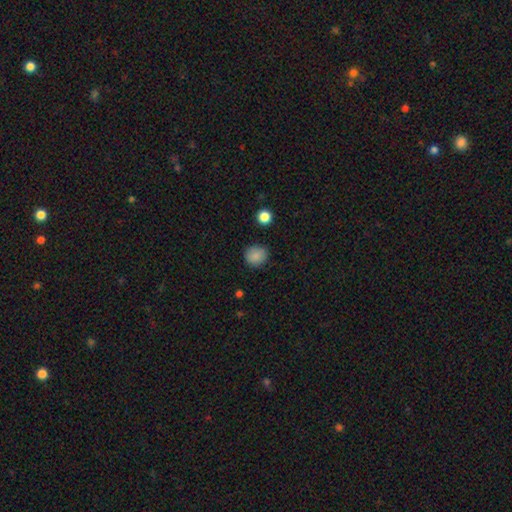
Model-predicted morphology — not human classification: The model was most divided on "how rounded": round: 86%, in between: 13%, cigar-shaped: 1%. More confident: smooth or featured — smooth (86%); merging — none (86%).